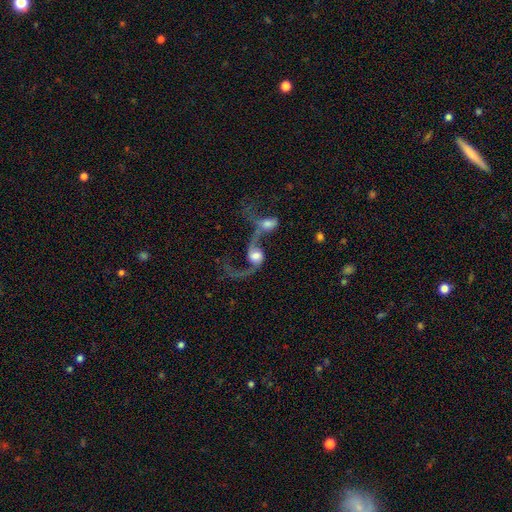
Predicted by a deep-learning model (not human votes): smooth_or_featured: featured or disk (p=0.74) [alt: smooth p=0.18]
disk_edge_on: no (p=0.95) [alt: yes p=0.05]
bar: no (p=0.62) [alt: weak p=0.29]
has_spiral_arms: yes (p=0.87) [alt: no p=0.13]
spiral_winding: loose (p=0.86) [alt: medium p=0.11]
spiral_arm_count: 2 (p=0.69) [alt: 1 p=0.24]
bulge_size: moderate (p=0.46) [alt: large p=0.31]
merging: merger (p=0.73) [alt: major disturbance p=0.13]